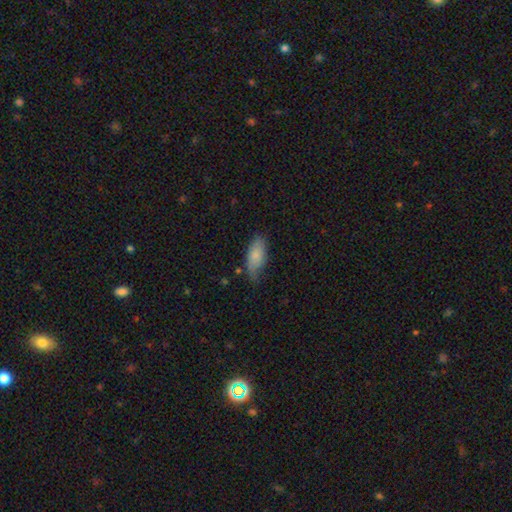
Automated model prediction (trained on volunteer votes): A smooth galaxy with no disk features (80%) that is in between round and cigar-shaped (85%). Merging: none (61%).